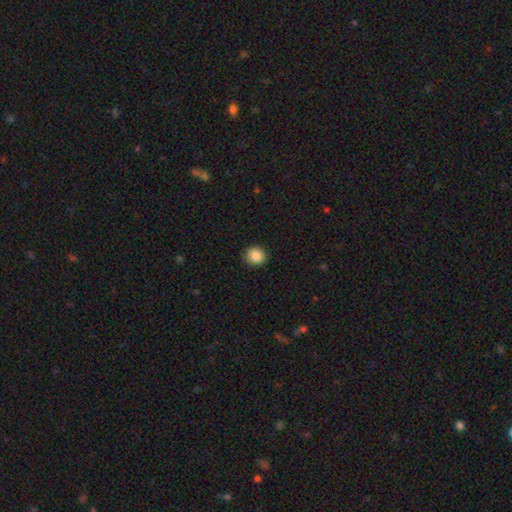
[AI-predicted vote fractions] Overall: smooth (87%). How rounded: round (87%). Merging: none (92%).